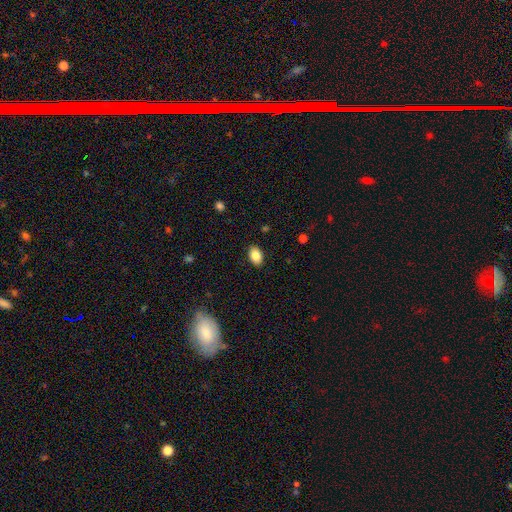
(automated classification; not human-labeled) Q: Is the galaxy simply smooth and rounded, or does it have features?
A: smooth — 86%.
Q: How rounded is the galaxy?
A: in between — 83%.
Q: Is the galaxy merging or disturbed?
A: none — 88%.